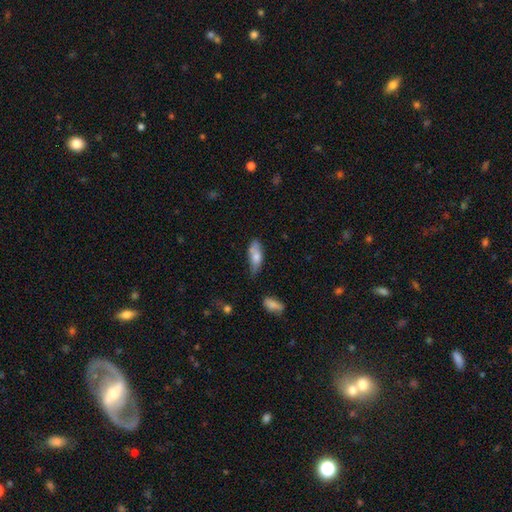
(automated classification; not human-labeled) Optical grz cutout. It shows a smooth galaxy with no disk features (69%) that is in between round and cigar-shaped (70%). Merging: none (42%).